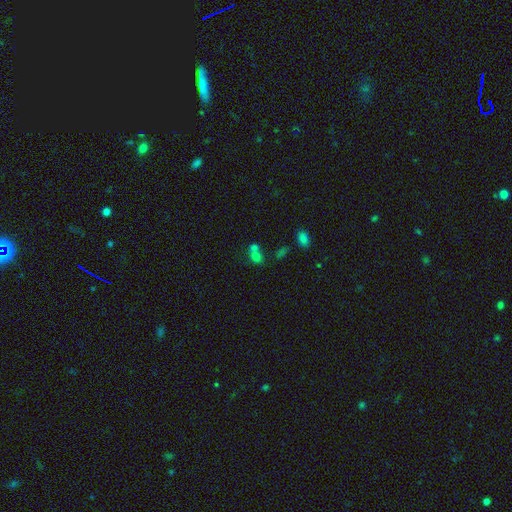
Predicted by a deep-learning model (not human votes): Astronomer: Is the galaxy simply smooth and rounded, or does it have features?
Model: smooth — 67%.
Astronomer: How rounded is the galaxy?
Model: round — 55% (runner-up: in between, 43%).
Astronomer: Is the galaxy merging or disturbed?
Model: merger — 56% (runner-up: none, 32%).